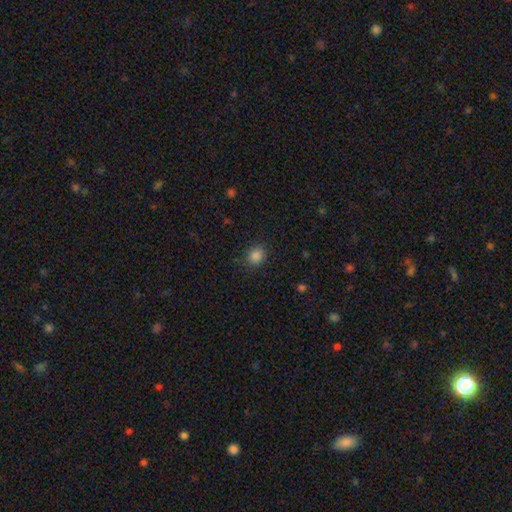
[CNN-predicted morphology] This is clearly a smooth galaxy (85%). How rounded: likely round (75%). Merging: clearly none (86%).